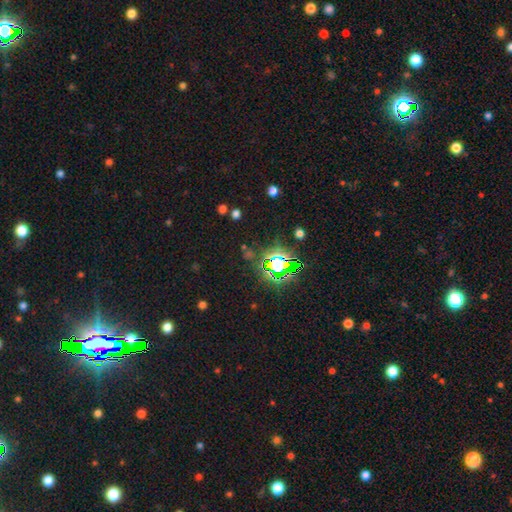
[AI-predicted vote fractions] This appears to be a star or artifact, not a galaxy (81%).